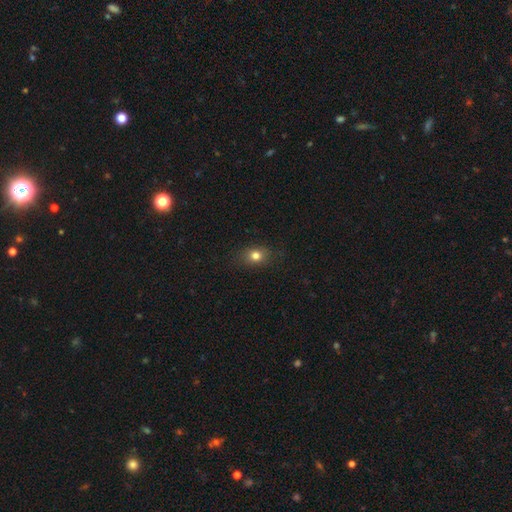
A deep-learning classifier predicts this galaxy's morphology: This is likely a smooth galaxy (79%). How rounded: possibly in between (54%). Merging: clearly none (82%).